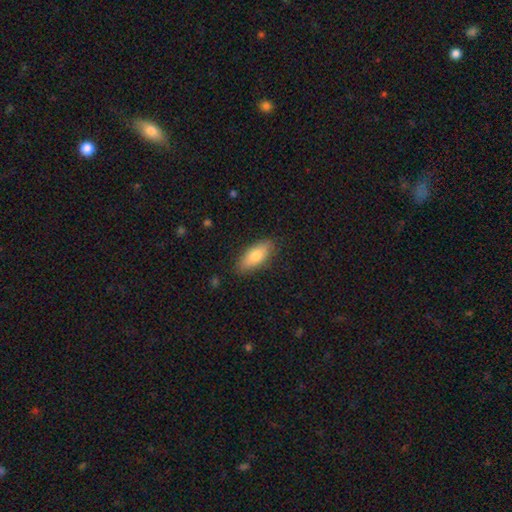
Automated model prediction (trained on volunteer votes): Smooth or featured?
  - smooth: 77% *
  - featured or disk: 17%
  - star or artifact: 6%
How rounded?
  - in between: 79% *
  - cigar-shaped: 18%
  - round: 3%
Merging?
  - none: 86% *
  - minor disturbance: 11%
  - major disturbance: 2%
  - merger: 1%